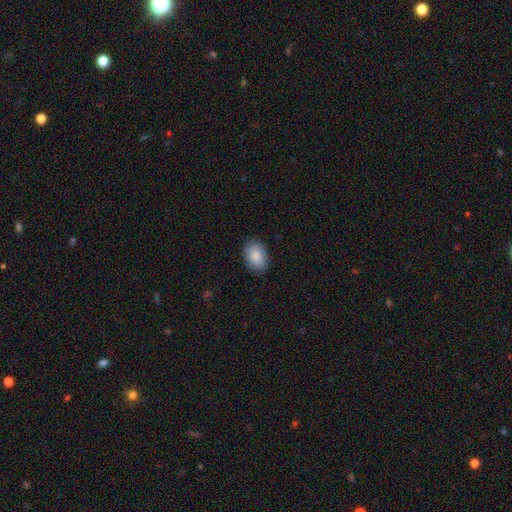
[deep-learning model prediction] Q: Smooth or featured?
A: smooth (88%); runner-up: star or artifact (7%)
Q: How rounded?
A: in between (83%); runner-up: round (16%)
Q: Merging?
A: none (87%); runner-up: minor disturbance (10%)